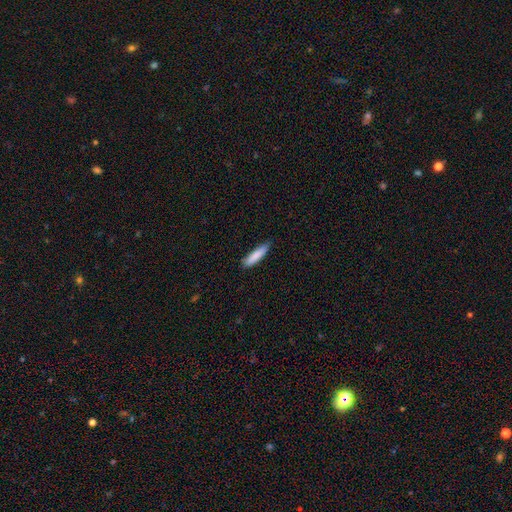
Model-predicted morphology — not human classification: A smooth galaxy with no disk features (85%) that is cigar-shaped (78%). Merging: none (79%).